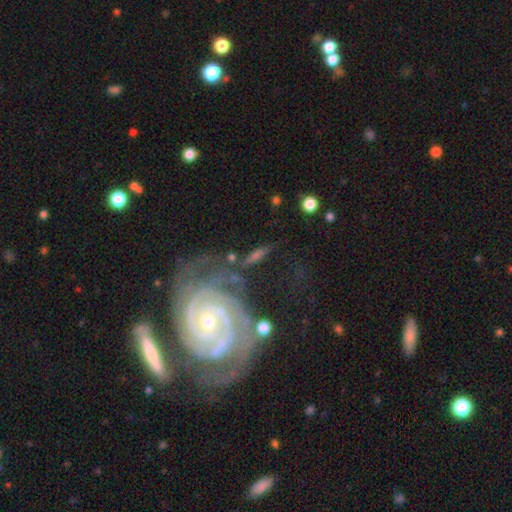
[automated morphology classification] This appears to be a featured or disk galaxy (77%) with no bar (60%), 2 (38%) tight (70%) spiral arms (94%) and a small central bulge (60%). Merging: none (58%).